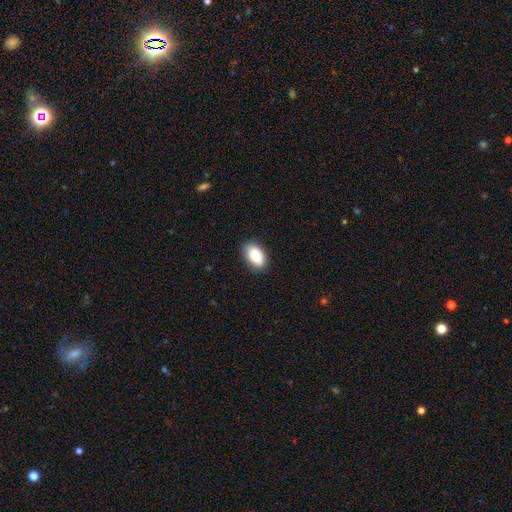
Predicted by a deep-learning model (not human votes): Morphology: type=smooth (88%); roundness=in between (93%); merging=none (84%).